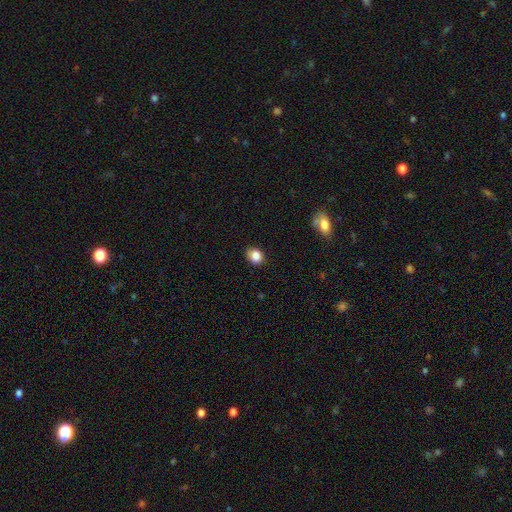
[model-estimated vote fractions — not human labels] This appears to be a smooth galaxy with no disk features (85%) that is round (58%). Merging: none (82%).